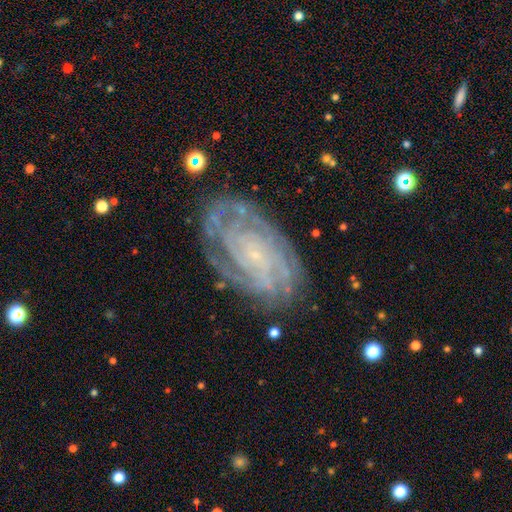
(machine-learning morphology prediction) Smooth or featured? featured or disk (84%)
Edge-on disk? no (96%)
Bar? no (73%)
Spiral arms? yes (96%)
Spiral winding? tight (79%)
Spiral arm count? can't tell (33%)
Bulge size? small (86%)
Merging? none (77%)